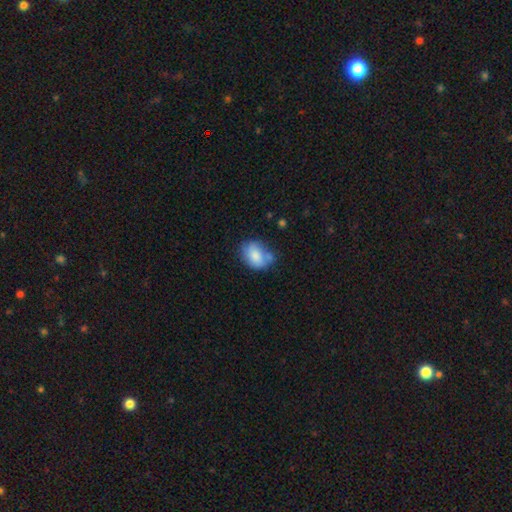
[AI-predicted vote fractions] The model was most divided on "merging": none: 49%, minor disturbance: 27%, merger: 15%, major disturbance: 8%. More confident: smooth or featured — smooth (78%); how rounded — in between (73%).